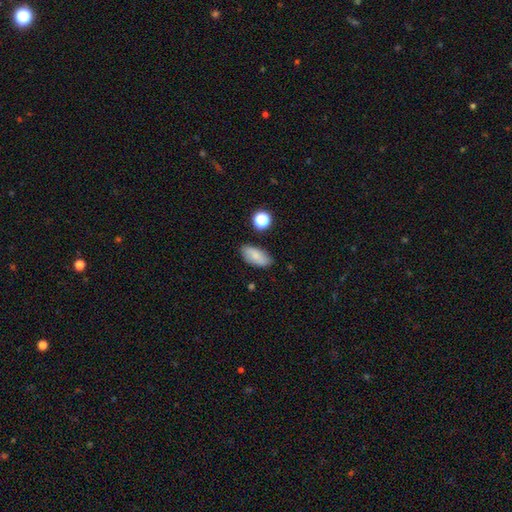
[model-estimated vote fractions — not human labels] A smooth galaxy with no disk features (80%) that is in between round and cigar-shaped (91%).

Vote fractions:
- Smooth or featured? smooth: 80% / featured or disk: 12% / star or artifact: 8%
- How rounded? in between: 91% / cigar-shaped: 6% / round: 4%
- Merging? none: 81% / minor disturbance: 14% / major disturbance: 3% / merger: 3%